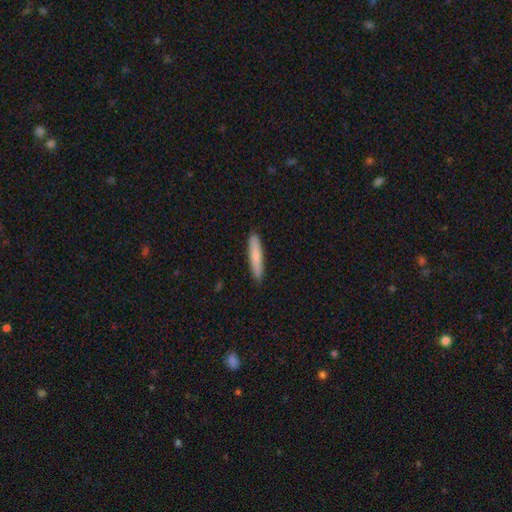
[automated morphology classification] type=smooth (81%); roundness=cigar-shaped (90%); merging=none (89%).